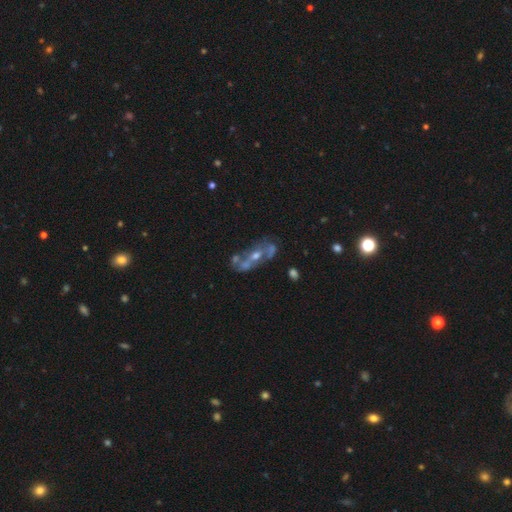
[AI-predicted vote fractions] This appears to be a featured or disk galaxy (68%) with no bar (69%), no spiral arms (64%) and a moderate central bulge (56%). Merging: none (41%).